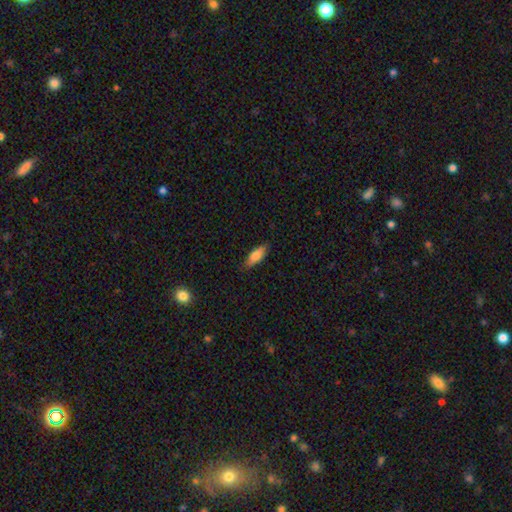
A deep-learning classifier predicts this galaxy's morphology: A smooth galaxy with no disk features (76%) that is in between round and cigar-shaped (67%). Merging: none (81%).